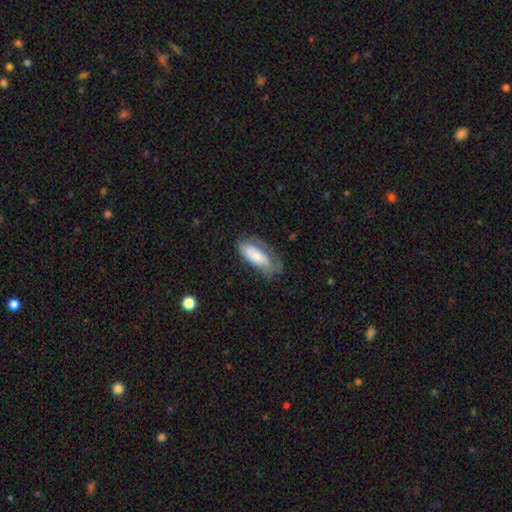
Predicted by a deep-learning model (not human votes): smooth-or-featured: smooth: 58% | featured or disk: 36% | star or artifact: 6%
  how-rounded: in between: 79% | cigar-shaped: 19% | round: 2%
  merging: none: 50% | minor disturbance: 29% | major disturbance: 19% | merger: 2%